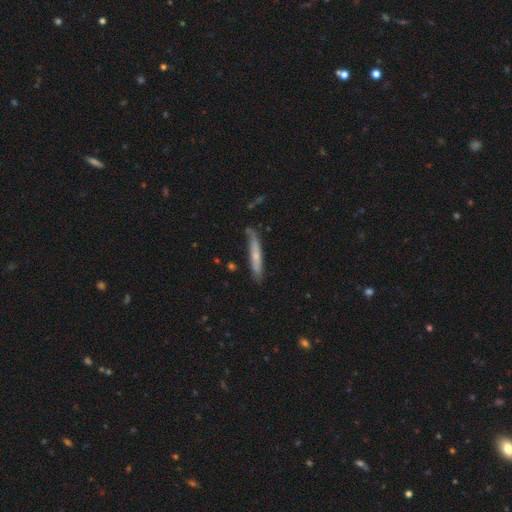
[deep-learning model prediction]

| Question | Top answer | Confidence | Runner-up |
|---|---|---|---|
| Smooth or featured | smooth | 51% | featured or disk (43%) |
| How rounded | cigar-shaped | 93% | in between (5%) |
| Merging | none | 71% | minor disturbance (22%) |